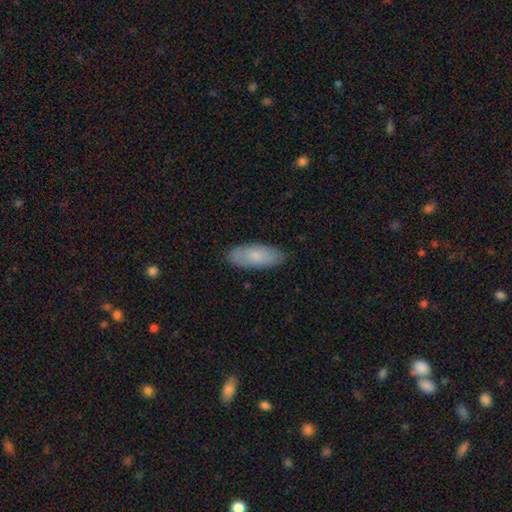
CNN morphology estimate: Smooth or featured?
  - smooth: 77% *
  - featured or disk: 17%
  - star or artifact: 6%
How rounded?
  - in between: 80% *
  - cigar-shaped: 18%
  - round: 2%
Merging?
  - none: 85% *
  - minor disturbance: 12%
  - major disturbance: 2%
  - merger: 1%